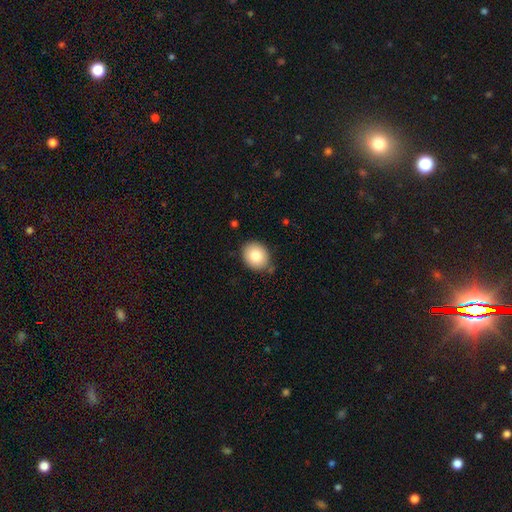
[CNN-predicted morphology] Smooth or featured? smooth (83%)
How rounded? round (55%)
Merging? none (80%)